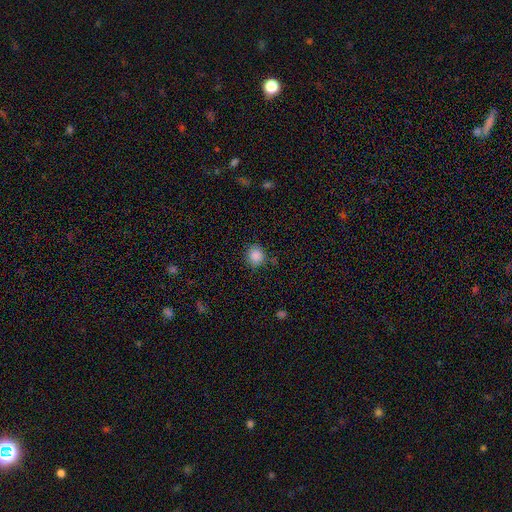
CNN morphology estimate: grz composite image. It shows a smooth galaxy with no disk features (87%) that is round (80%). Merging: none (83%).